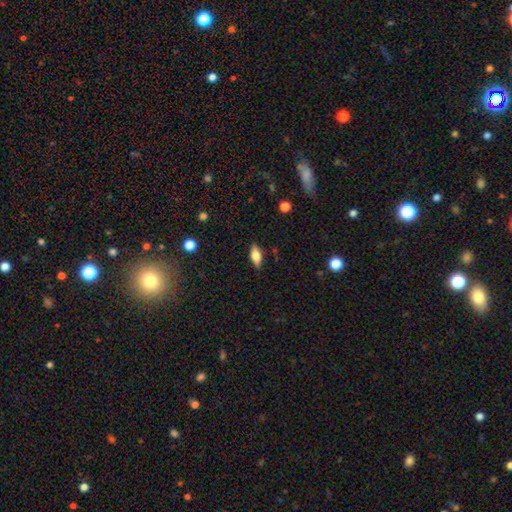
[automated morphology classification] smooth_or_featured: smooth (p=0.76) [alt: featured or disk p=0.17]
how_rounded: in between (p=0.84) [alt: cigar-shaped p=0.12]
merging: none (p=0.86) [alt: minor disturbance p=0.11]